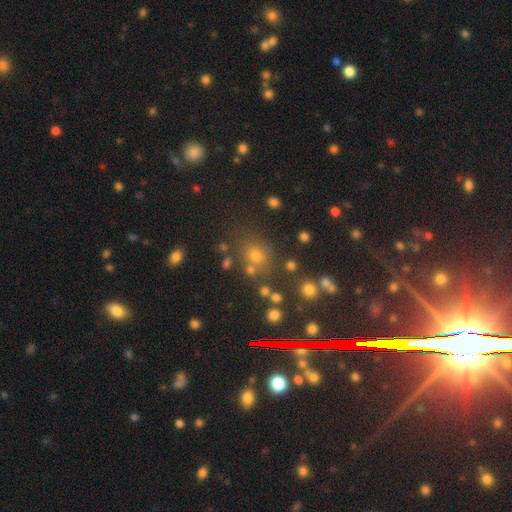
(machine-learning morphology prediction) Smooth or featured: smooth — 58% (star or artifact — 32%)
How rounded: round — 78% (in between — 21%)
Merging: none — 71% (minor disturbance — 12%)